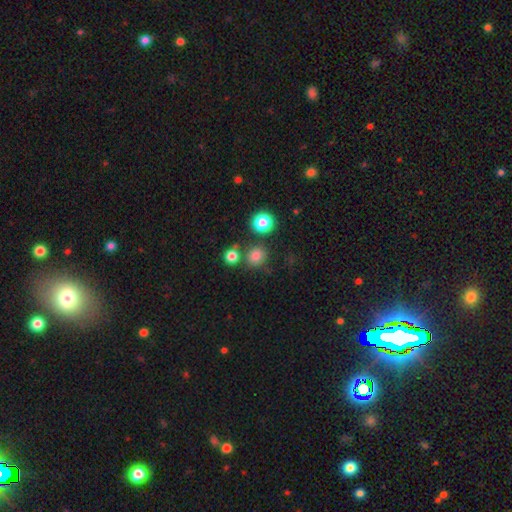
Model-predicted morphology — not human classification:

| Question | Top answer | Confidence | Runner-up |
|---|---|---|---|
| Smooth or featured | smooth | 79% | star or artifact (16%) |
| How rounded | round | 85% | in between (14%) |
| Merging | none | 75% | merger (12%) |